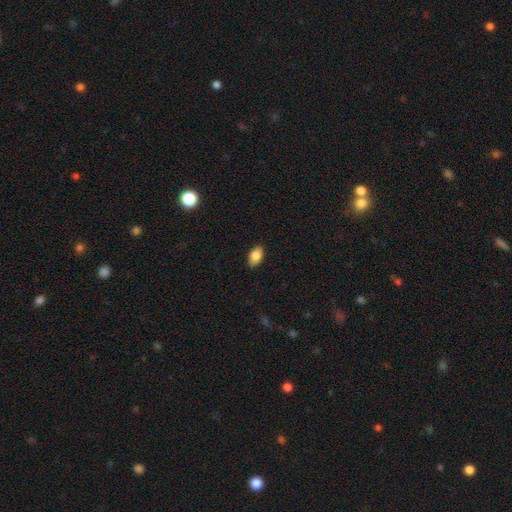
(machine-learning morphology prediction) type=smooth (84%); roundness=in between (92%); merging=none (88%).